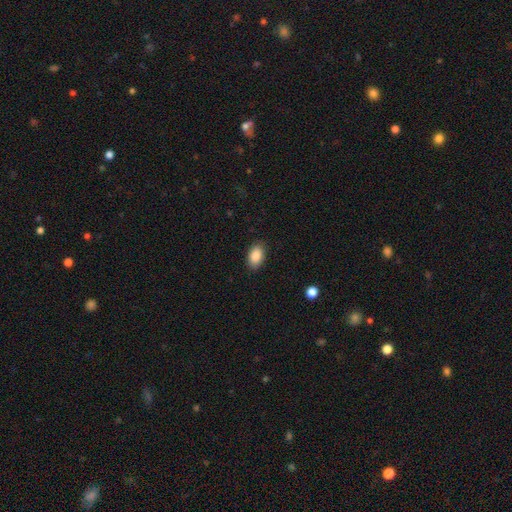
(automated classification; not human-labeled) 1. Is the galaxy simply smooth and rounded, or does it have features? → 89% smooth, 7% star or artifact, 4% featured or disk.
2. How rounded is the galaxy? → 92% in between, 7% round, 1% cigar-shaped.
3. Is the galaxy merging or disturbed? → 87% none, 9% minor disturbance, 2% major disturbance, 1% merger.